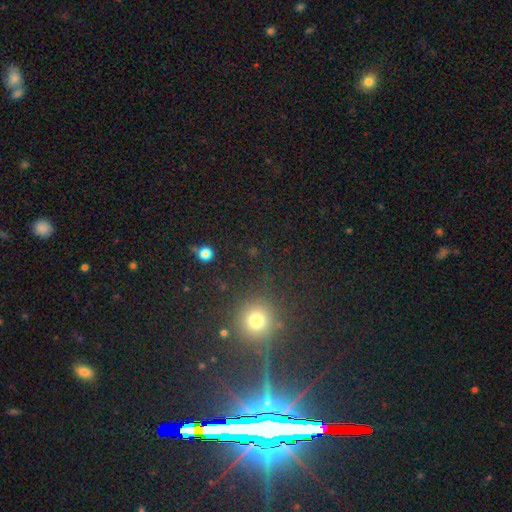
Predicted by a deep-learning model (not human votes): A star or artifact, not a galaxy (53%).

Vote fractions:
- Smooth or featured? star or artifact: 53% / smooth: 36% / featured or disk: 11%